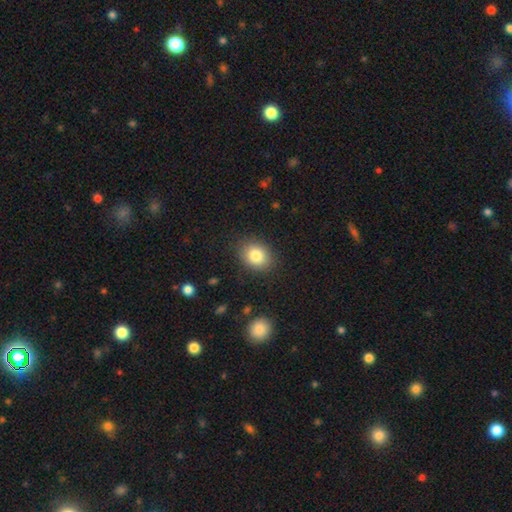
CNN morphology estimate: smooth-or-featured: smooth: 82% | star or artifact: 9% | featured or disk: 9%
  how-rounded: in between: 52% | round: 48% | cigar-shaped: 1%
  merging: none: 86% | minor disturbance: 10% | major disturbance: 3% | merger: 1%